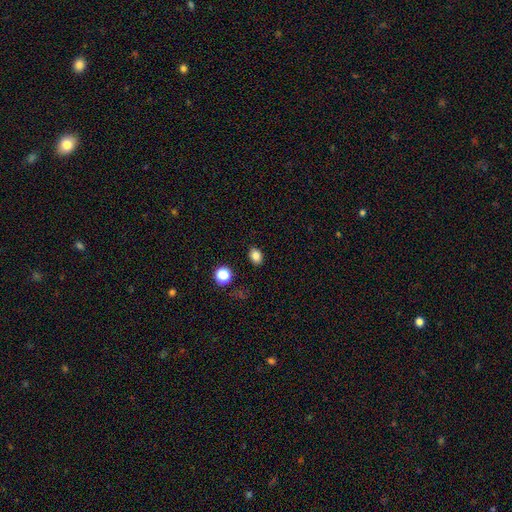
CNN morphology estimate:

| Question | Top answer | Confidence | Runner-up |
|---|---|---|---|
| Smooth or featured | smooth | 82% | star or artifact (12%) |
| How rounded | in between | 61% | round (38%) |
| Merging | none | 88% | minor disturbance (8%) |